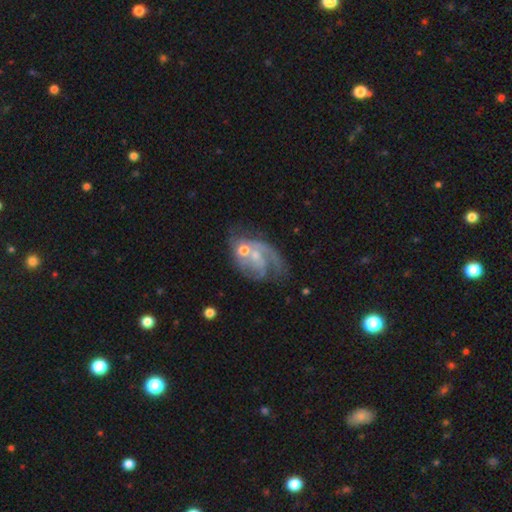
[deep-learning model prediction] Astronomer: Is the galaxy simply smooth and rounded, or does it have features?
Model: featured or disk — 78%.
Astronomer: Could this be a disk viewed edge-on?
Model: no — 97%.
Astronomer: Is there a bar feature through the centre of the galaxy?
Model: no — 65%.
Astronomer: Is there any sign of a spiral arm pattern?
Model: yes — 86%.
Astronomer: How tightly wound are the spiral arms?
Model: medium — 43% (runner-up: tight, 31%).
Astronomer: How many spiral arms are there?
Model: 2 — 38% (runner-up: 1, 24%).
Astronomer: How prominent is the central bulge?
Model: small — 53% (runner-up: moderate, 36%).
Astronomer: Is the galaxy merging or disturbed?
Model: none — 32% (runner-up: merger, 30%).